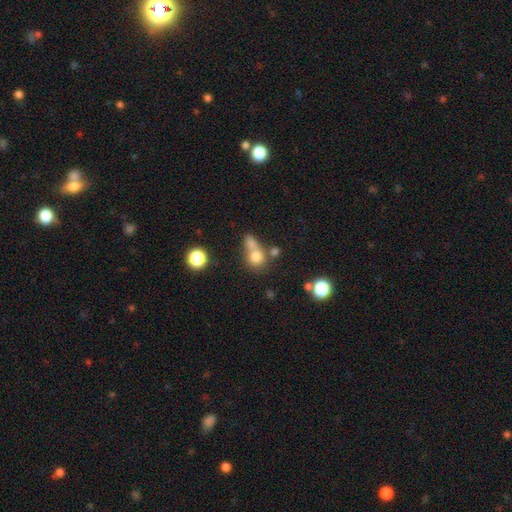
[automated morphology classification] Smooth or featured: smooth — 74% (star or artifact — 13%)
How rounded: round — 76% (in between — 22%)
Merging: merger — 52% (none — 33%)